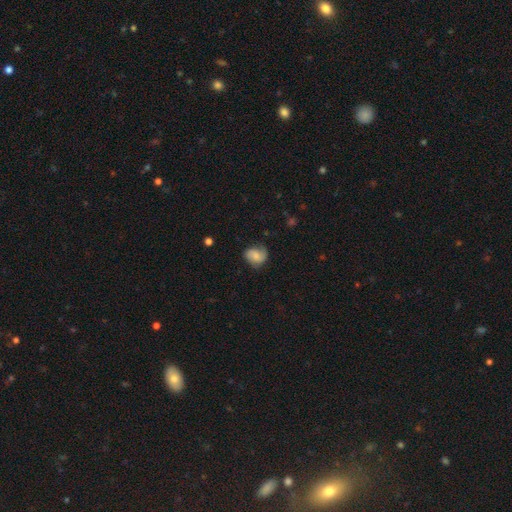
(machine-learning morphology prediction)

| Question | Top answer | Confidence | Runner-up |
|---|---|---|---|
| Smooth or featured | smooth | 46% | tied: featured or disk (46%) |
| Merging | none | 64% | minor disturbance (26%) |